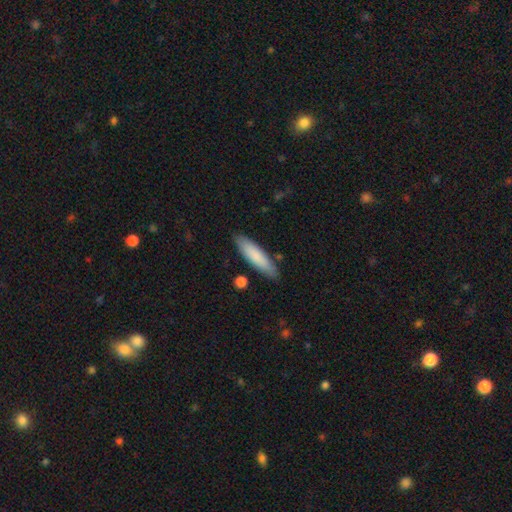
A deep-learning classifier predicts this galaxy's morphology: Smooth or featured? smooth (82%)
How rounded? cigar-shaped (72%)
Merging? none (85%)